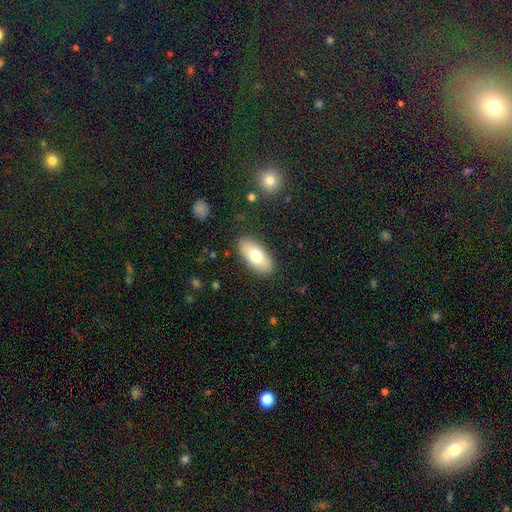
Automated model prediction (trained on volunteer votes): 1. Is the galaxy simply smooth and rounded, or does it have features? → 73% smooth, 21% featured or disk, 6% star or artifact.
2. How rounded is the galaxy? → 89% in between, 8% cigar-shaped, 3% round.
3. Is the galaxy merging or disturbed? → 87% none, 10% minor disturbance, 3% major disturbance, 1% merger.